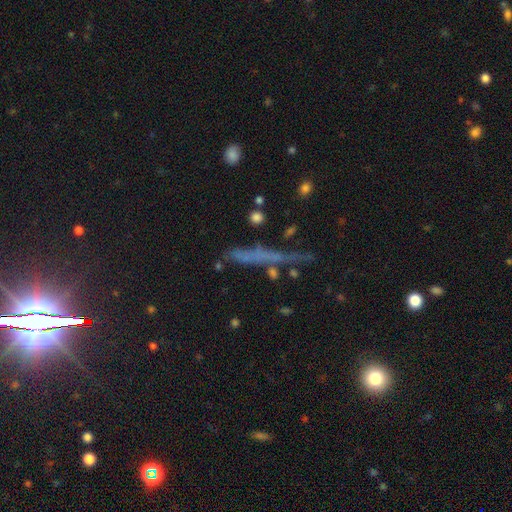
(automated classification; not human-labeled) Smooth or featured? featured or disk (37%)
Merging? none (71%)